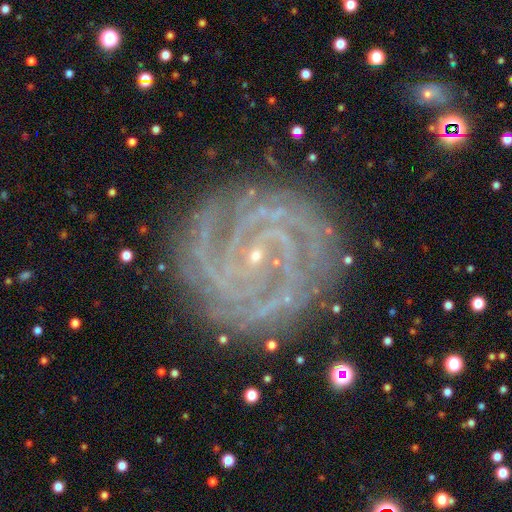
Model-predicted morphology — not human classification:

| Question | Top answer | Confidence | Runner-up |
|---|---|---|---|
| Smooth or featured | featured or disk | 91% | star or artifact (6%) |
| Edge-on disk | no | 98% | yes (2%) |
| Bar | no | 53% | weak (28%) |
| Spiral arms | yes | 99% | no (1%) |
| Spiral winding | tight | 83% | medium (15%) |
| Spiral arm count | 2 | 25% | 3 (22%) |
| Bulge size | small | 89% | moderate (7%) |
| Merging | none | 83% | minor disturbance (12%) |